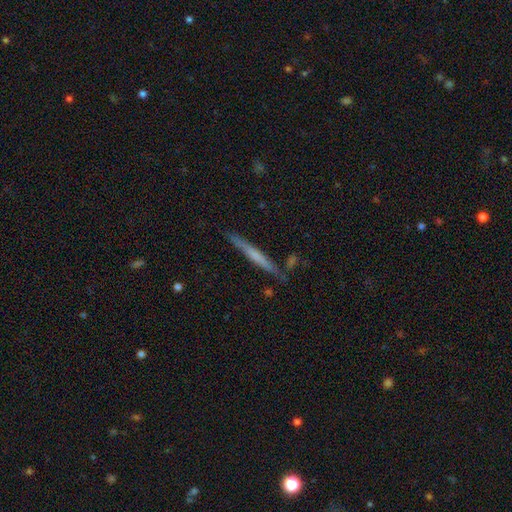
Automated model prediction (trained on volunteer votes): Smooth or featured? Predicted: featured or disk (p=0.48). Merging? Predicted: none (p=0.84).